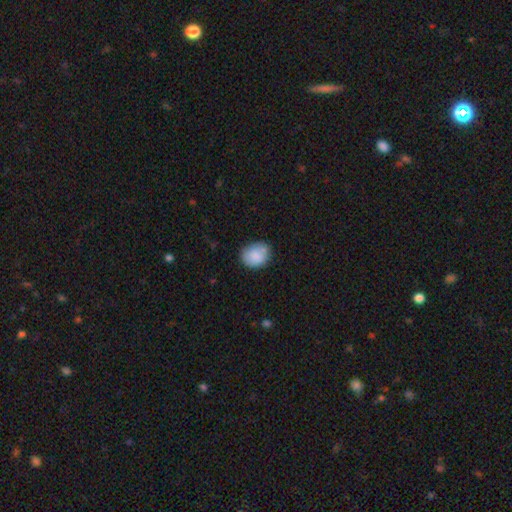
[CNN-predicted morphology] The model was most divided on "how rounded": round: 54%, in between: 45%, cigar-shaped: 1%. More confident: smooth or featured — smooth (82%); merging — none (70%).